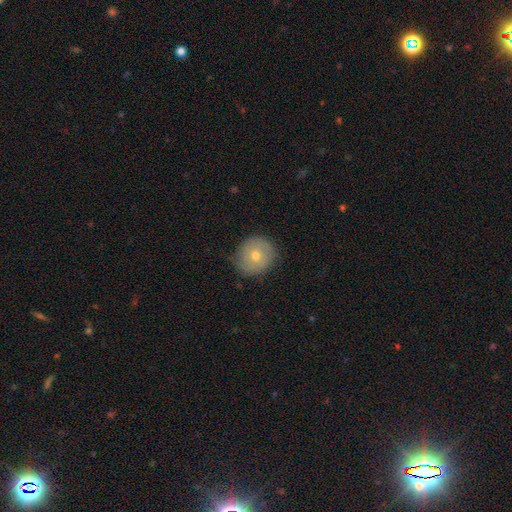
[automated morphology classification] smooth 56%, featured or disk 34%, star or artifact 10%. Down the decision tree: how rounded — round (87%); merging — none (81%).